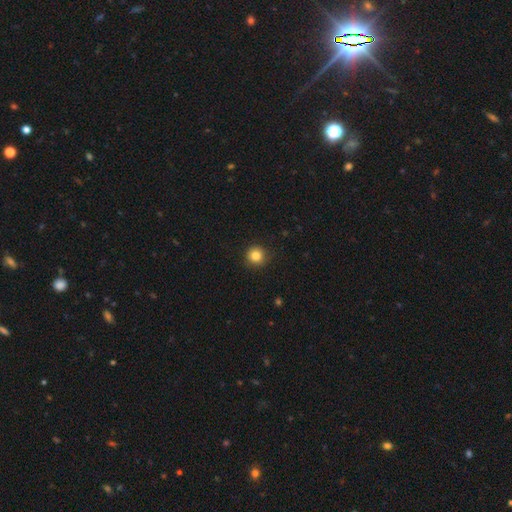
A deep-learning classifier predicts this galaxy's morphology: smooth 84%, star or artifact 11%, featured or disk 5%. Down the decision tree: how rounded — round (95%); merging — none (91%).